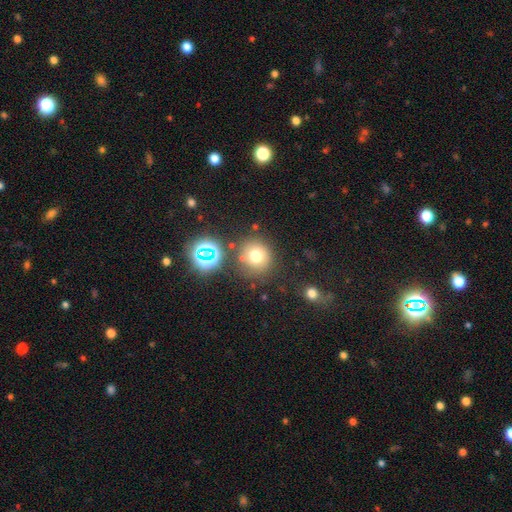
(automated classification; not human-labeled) Q: Smooth or featured?
A: smooth (70%); runner-up: star or artifact (19%)
Q: How rounded?
A: round (92%); runner-up: in between (7%)
Q: Merging?
A: none (77%); runner-up: minor disturbance (10%)